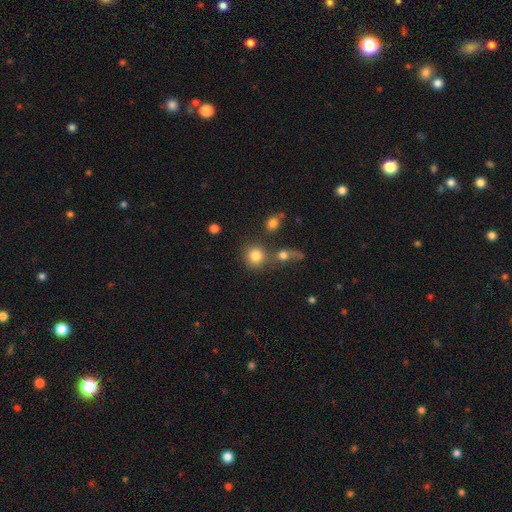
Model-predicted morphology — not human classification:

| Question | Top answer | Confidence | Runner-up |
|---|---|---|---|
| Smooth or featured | smooth | 81% | star or artifact (11%) |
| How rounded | round | 87% | in between (11%) |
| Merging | none | 66% | merger (20%) |